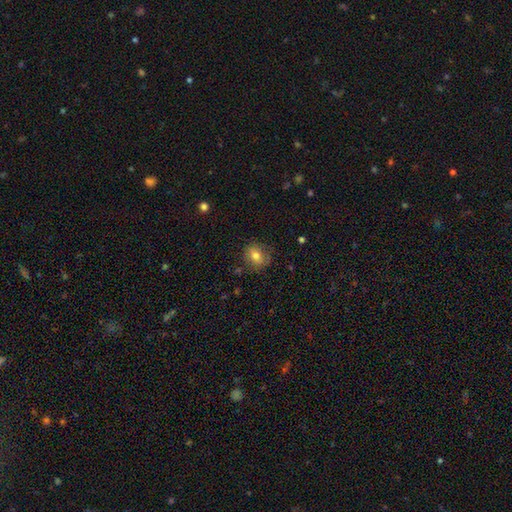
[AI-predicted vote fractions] smooth_or_featured: smooth (p=0.73) [alt: featured or disk p=0.18]
how_rounded: round (p=0.52) [alt: in between p=0.46]
merging: none (p=0.75) [alt: minor disturbance p=0.18]